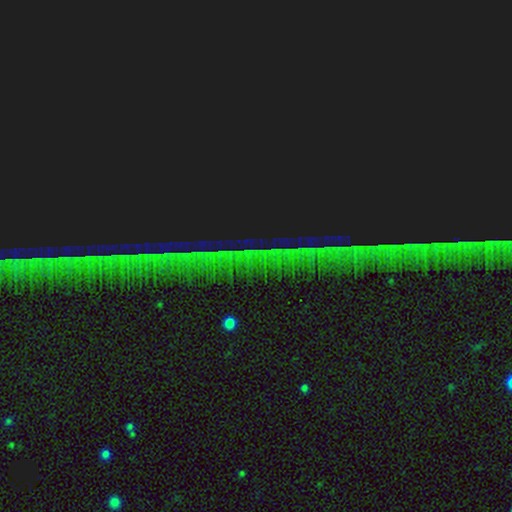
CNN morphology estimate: smooth-or-featured: star or artifact: 85% | featured or disk: 8% | smooth: 7%